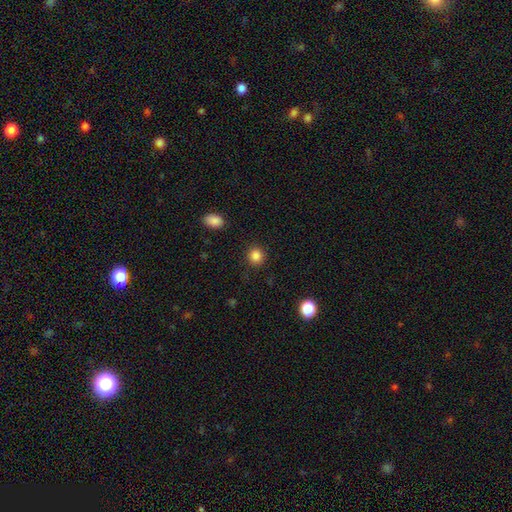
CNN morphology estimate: A smooth galaxy with no disk features (85%) that is round (87%).

Vote fractions:
- Smooth or featured? smooth: 85% / star or artifact: 11% / featured or disk: 4%
- How rounded? round: 87% / in between: 12% / cigar-shaped: 1%
- Merging? none: 90% / minor disturbance: 6% / major disturbance: 2% / merger: 1%